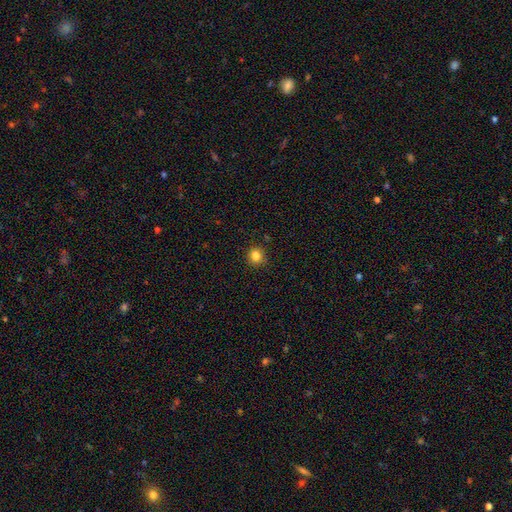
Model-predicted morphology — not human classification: Smooth or featured: smooth — 83% (star or artifact — 12%)
How rounded: round — 92% (in between — 7%)
Merging: none — 91% (minor disturbance — 6%)